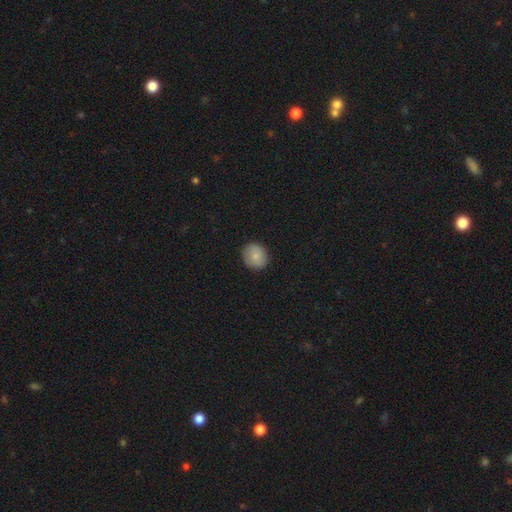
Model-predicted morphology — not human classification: Smooth or featured: smooth — 82% (featured or disk — 10%)
How rounded: round — 84% (in between — 15%)
Merging: none — 87% (minor disturbance — 10%)